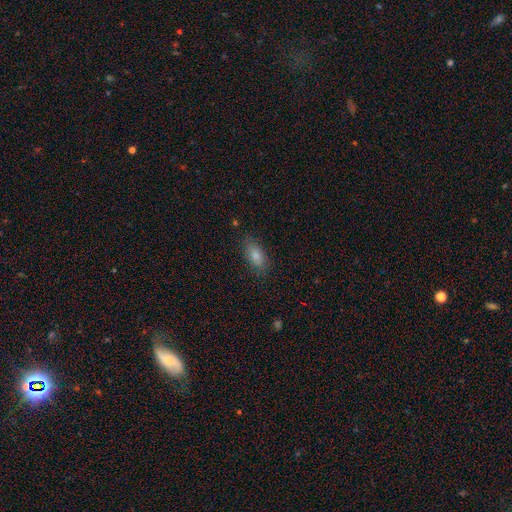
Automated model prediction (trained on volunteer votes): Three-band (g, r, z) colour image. It shows a smooth galaxy with no disk features (81%) that is in between round and cigar-shaped (85%). Merging: none (82%).